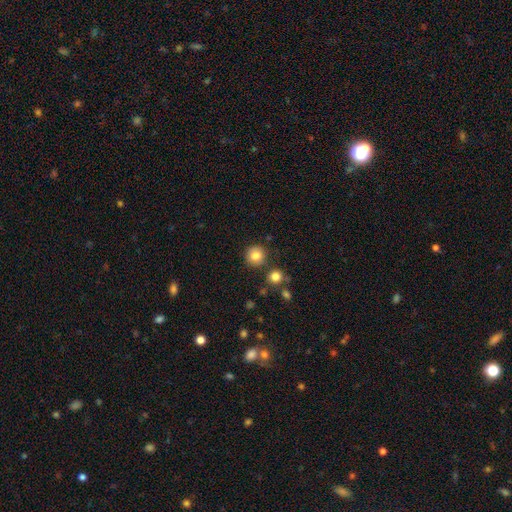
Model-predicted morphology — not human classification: Overall: smooth (83%). How rounded: round (93%). Merging: none (84%).